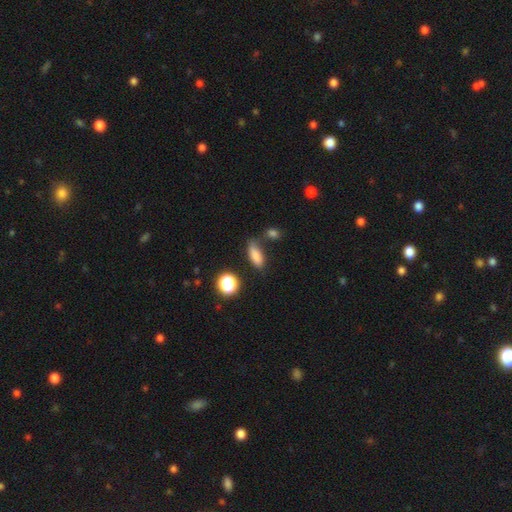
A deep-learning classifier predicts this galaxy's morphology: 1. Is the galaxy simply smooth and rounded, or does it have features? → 80% smooth, 12% star or artifact, 8% featured or disk.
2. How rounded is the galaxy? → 69% in between, 24% cigar-shaped, 7% round.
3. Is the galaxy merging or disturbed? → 61% none, 21% minor disturbance, 10% merger, 8% major disturbance.